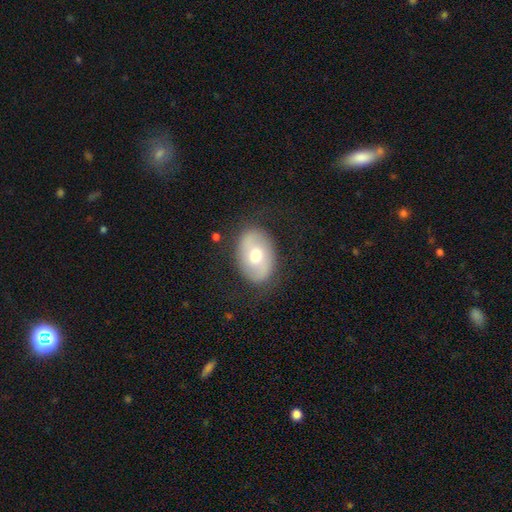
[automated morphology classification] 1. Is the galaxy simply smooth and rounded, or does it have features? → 54% smooth, 39% featured or disk, 7% star or artifact.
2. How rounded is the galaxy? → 78% in between, 21% round, 1% cigar-shaped.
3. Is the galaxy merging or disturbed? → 81% none, 13% minor disturbance, 5% major disturbance, 1% merger.